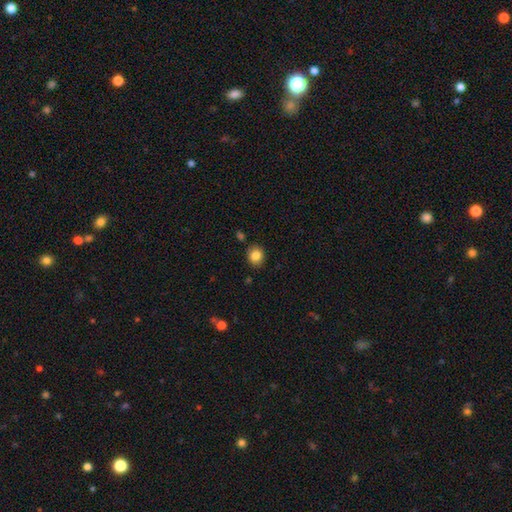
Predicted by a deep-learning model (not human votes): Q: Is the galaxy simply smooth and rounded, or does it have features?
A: smooth — 84%.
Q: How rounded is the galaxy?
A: round — 75%.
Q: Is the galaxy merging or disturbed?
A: none — 85%.